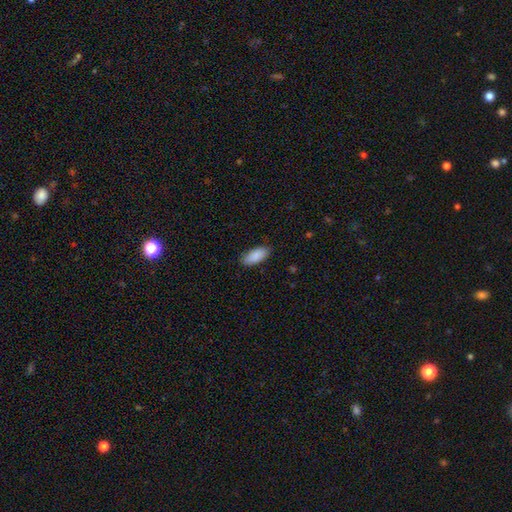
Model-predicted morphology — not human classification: Smooth or featured?
  - smooth: 90% *
  - star or artifact: 6%
  - featured or disk: 4%
How rounded?
  - in between: 87% *
  - cigar-shaped: 11%
  - round: 2%
Merging?
  - none: 85% *
  - minor disturbance: 11%
  - major disturbance: 2%
  - merger: 1%